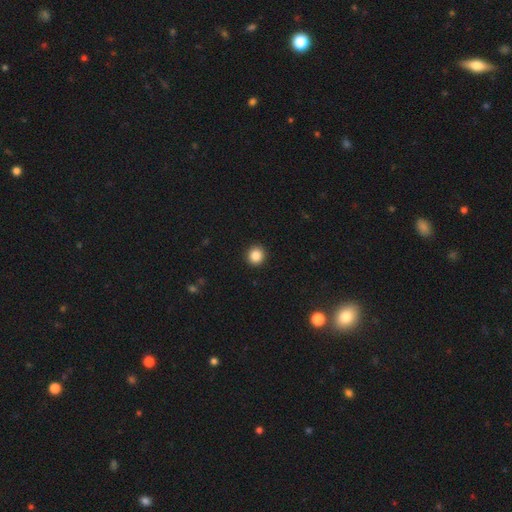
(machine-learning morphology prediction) Smooth or featured? smooth (86%)
How rounded? round (92%)
Merging? none (93%)